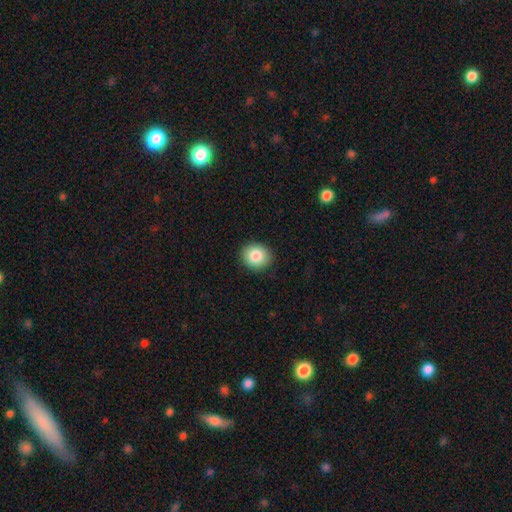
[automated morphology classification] smooth-or-featured: smooth: 84% | star or artifact: 9% | featured or disk: 7%
  how-rounded: round: 76% | in between: 23% | cigar-shaped: 1%
  merging: none: 90% | minor disturbance: 7% | major disturbance: 2% | merger: 1%